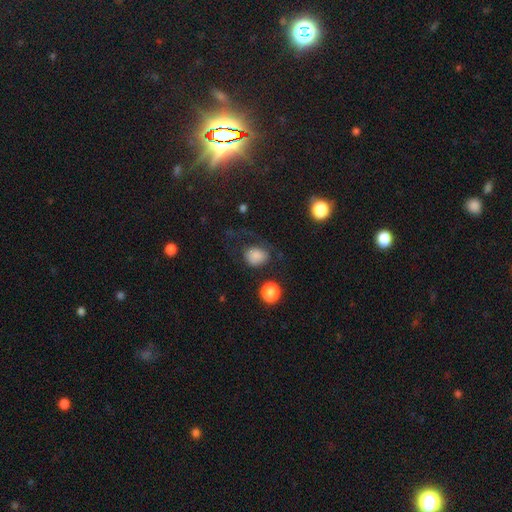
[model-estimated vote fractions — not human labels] A smooth galaxy with no disk features (80%) that is round (55%). Merging: none (47%).